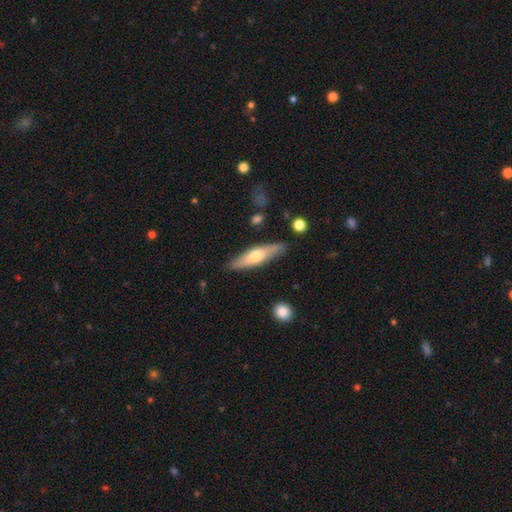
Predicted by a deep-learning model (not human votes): Overall: smooth (52%; featured or disk 43%). How rounded: cigar-shaped (71%). Merging: none (84%).